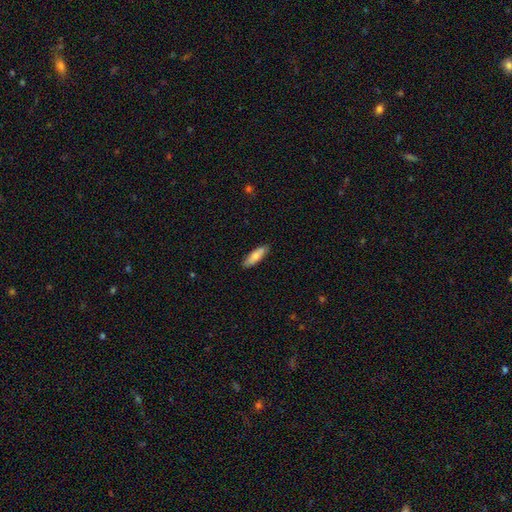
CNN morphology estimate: This appears to be a smooth galaxy with no disk features (79%) that is cigar-shaped (52%). Merging: none (86%).